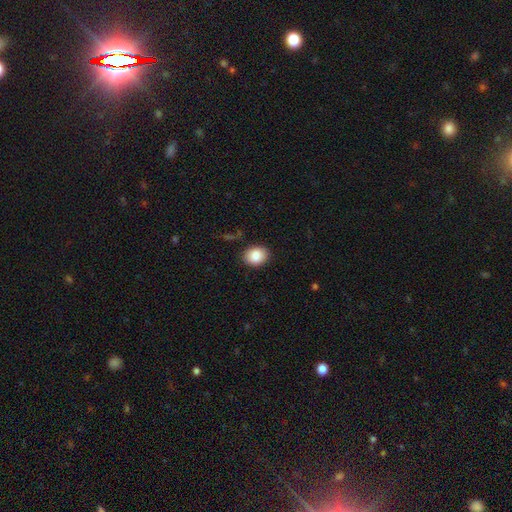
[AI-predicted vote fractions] A smooth galaxy with no disk features (87%) that is in between round and cigar-shaped (57%). Merging: none (87%).